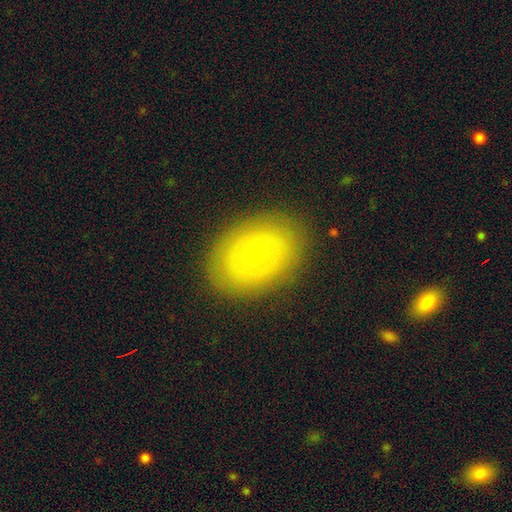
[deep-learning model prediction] Smooth or featured? smooth (57%)
How rounded? in between (65%)
Merging? none (86%)